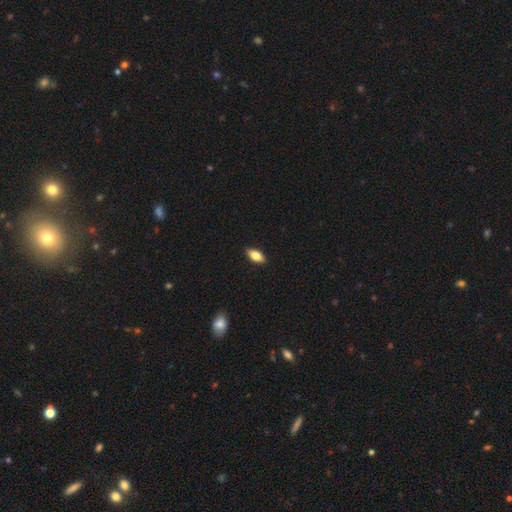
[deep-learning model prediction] This is likely a smooth galaxy (78%). How rounded: clearly in between (88%). Merging: clearly none (90%).